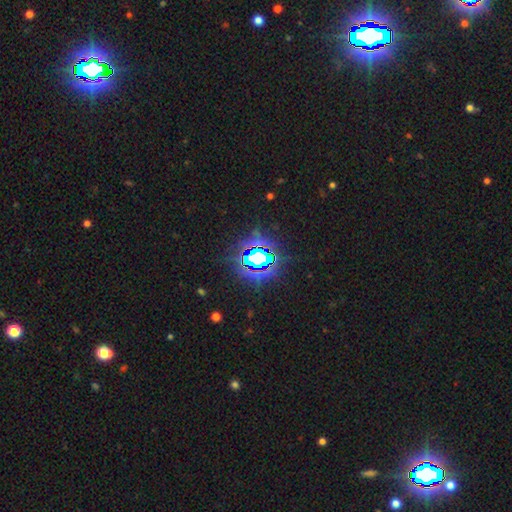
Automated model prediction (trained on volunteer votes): Smooth or featured?
  - star or artifact: 83% *
  - smooth: 10%
  - featured or disk: 7%